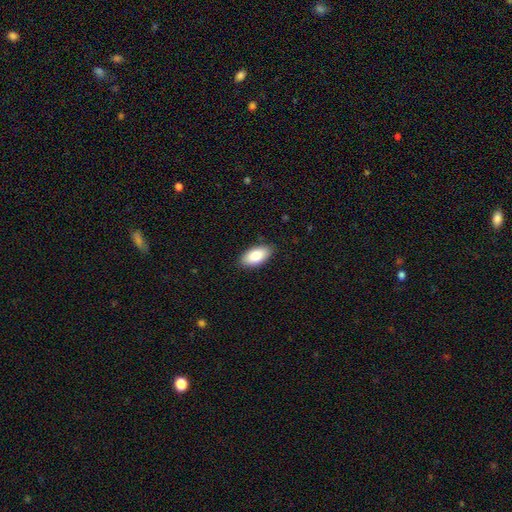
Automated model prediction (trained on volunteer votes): smooth 85%, featured or disk 9%, star or artifact 6%. Down the decision tree: how rounded — in between (94%); merging — none (87%).